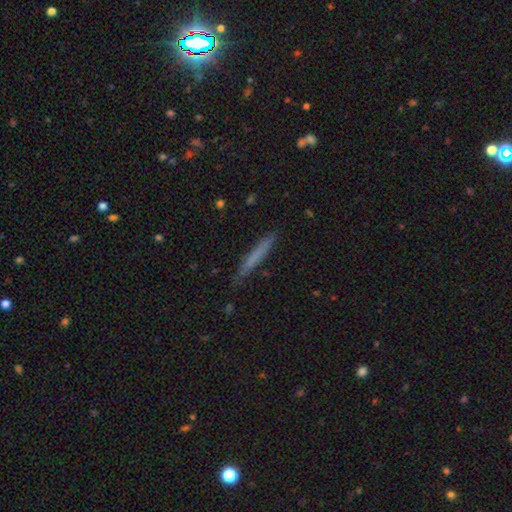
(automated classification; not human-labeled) A smooth galaxy with no disk features (64%) that is cigar-shaped (96%). Merging: none (86%).